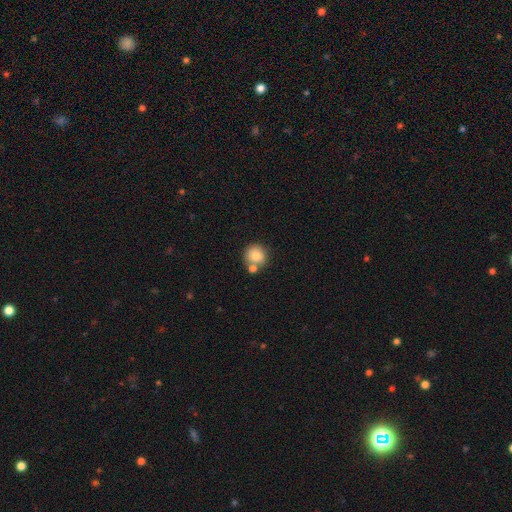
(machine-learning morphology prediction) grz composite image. It shows a smooth galaxy with no disk features (81%) that is round (90%). Merging: none (59%).